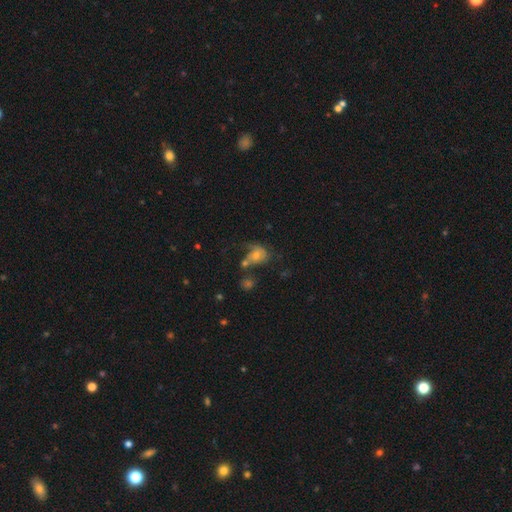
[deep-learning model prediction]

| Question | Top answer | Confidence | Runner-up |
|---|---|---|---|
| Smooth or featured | smooth | 53% | featured or disk (35%) |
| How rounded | in between | 58% | round (40%) |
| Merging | major disturbance | 32% | none (25%) |